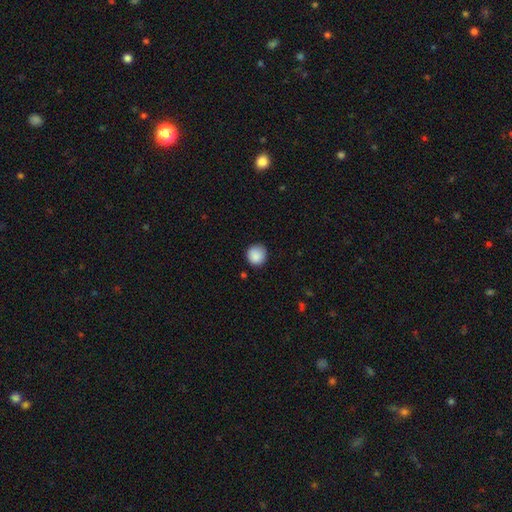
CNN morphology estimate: smooth 88%, star or artifact 9%, featured or disk 3%. Down the decision tree: how rounded — round (94%); merging — none (86%).